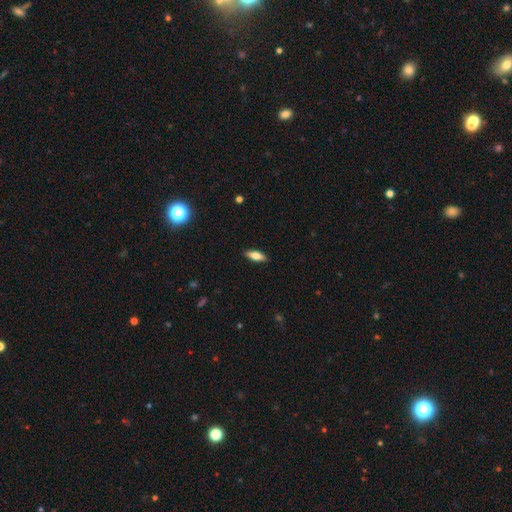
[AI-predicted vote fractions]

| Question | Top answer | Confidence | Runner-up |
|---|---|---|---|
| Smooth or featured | smooth | 71% | featured or disk (23%) |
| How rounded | in between | 63% | cigar-shaped (34%) |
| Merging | none | 89% | minor disturbance (8%) |